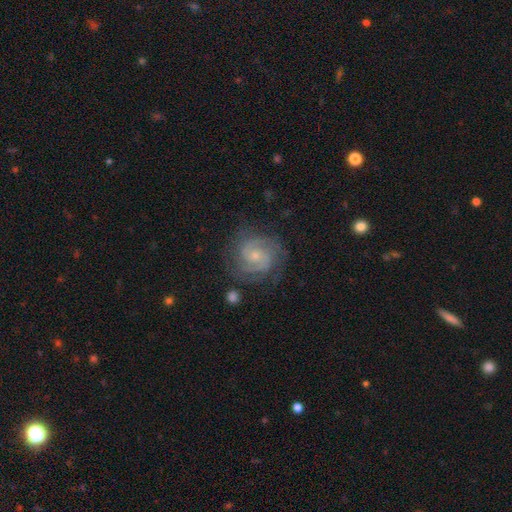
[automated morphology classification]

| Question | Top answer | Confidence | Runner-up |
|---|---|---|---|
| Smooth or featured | featured or disk | 83% | smooth (10%) |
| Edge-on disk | no | 98% | yes (2%) |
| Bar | no | 59% | weak (35%) |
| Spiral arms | yes | 96% | no (4%) |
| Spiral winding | tight | 53% | medium (39%) |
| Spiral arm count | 2 | 58% | 3 (17%) |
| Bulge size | small | 68% | moderate (26%) |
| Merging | none | 77% | minor disturbance (15%) |